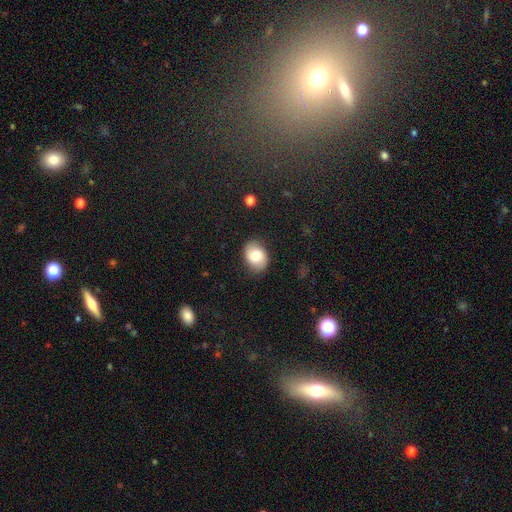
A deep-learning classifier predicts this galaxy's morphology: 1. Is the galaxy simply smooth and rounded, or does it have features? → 74% smooth, 18% featured or disk, 8% star or artifact.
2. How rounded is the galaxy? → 67% in between, 32% round, 1% cigar-shaped.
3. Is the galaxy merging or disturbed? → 84% none, 12% minor disturbance, 3% major disturbance, 1% merger.